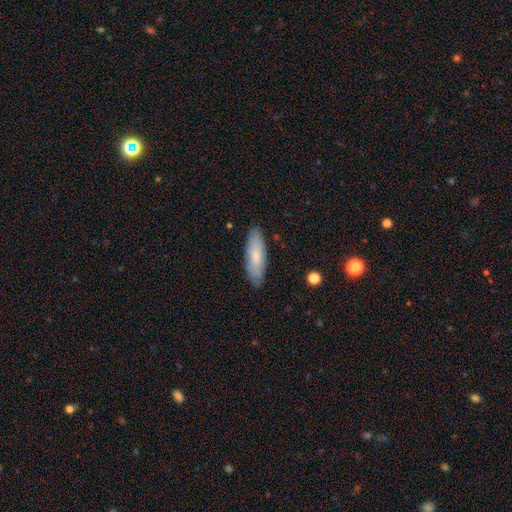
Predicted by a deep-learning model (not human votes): smooth 74%, featured or disk 20%, star or artifact 6%. Down the decision tree: how rounded — in between (52%); merging — none (85%).